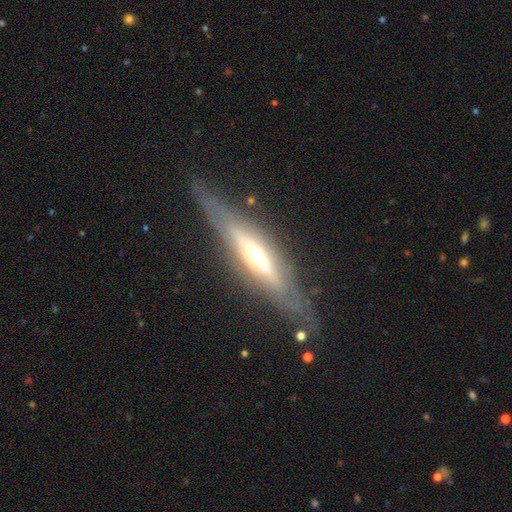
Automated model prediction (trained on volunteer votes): Smooth or featured?
  - featured or disk: 78% *
  - smooth: 16%
  - star or artifact: 6%
Edge-on disk?
  - yes: 87% *
  - no: 13%
Edge-on bulge?
  - rounded: 82% *
  - none: 10%
  - boxy: 7%
Merging?
  - none: 76% *
  - minor disturbance: 15%
  - major disturbance: 7%
  - merger: 2%